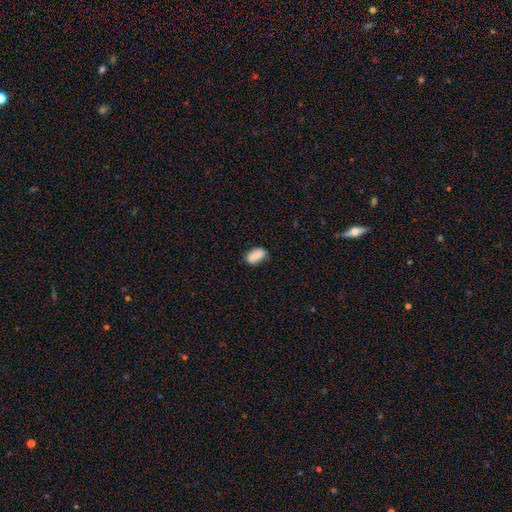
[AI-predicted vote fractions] A smooth galaxy with no disk features (85%) that is in between round and cigar-shaped (88%).

Vote fractions:
- Smooth or featured? smooth: 85% / star or artifact: 8% / featured or disk: 7%
- How rounded? in between: 88% / cigar-shaped: 6% / round: 5%
- Merging? none: 76% / minor disturbance: 19% / major disturbance: 4% / merger: 2%